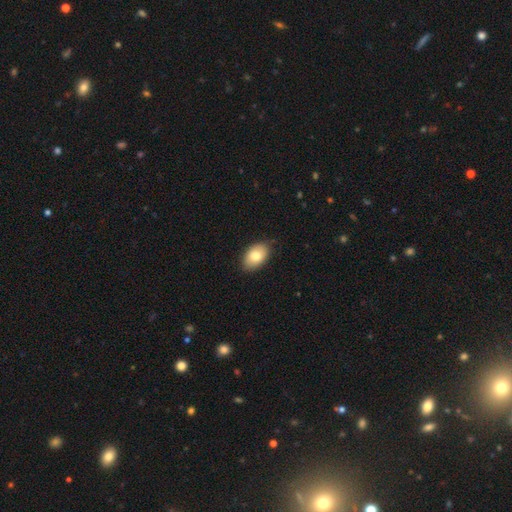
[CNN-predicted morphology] The model was most divided on "smooth or featured": smooth: 80%, featured or disk: 13%, star or artifact: 7%. More confident: how rounded — in between (89%); merging — none (85%).